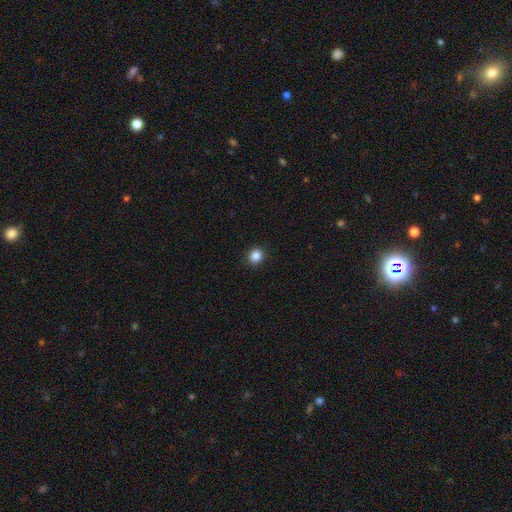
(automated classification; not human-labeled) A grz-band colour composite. It shows a smooth galaxy with no disk features (86%) that is round (87%). Merging: none (91%).